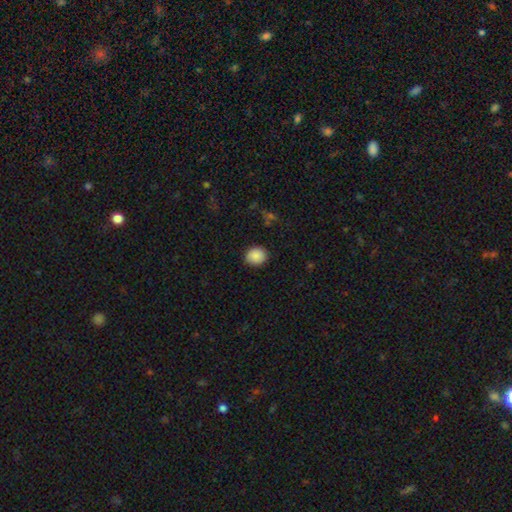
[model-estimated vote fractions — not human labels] Smooth or featured? smooth (88%)
How rounded? round (68%)
Merging? none (88%)